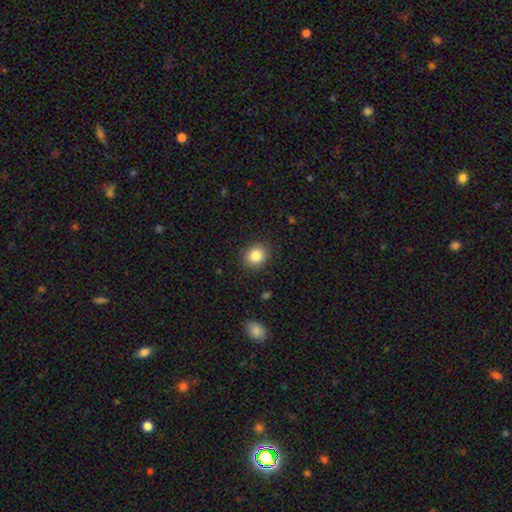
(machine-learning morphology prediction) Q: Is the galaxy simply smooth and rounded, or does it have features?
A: smooth — 85%.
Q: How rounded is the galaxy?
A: round — 71%.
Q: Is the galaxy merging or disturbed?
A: none — 88%.